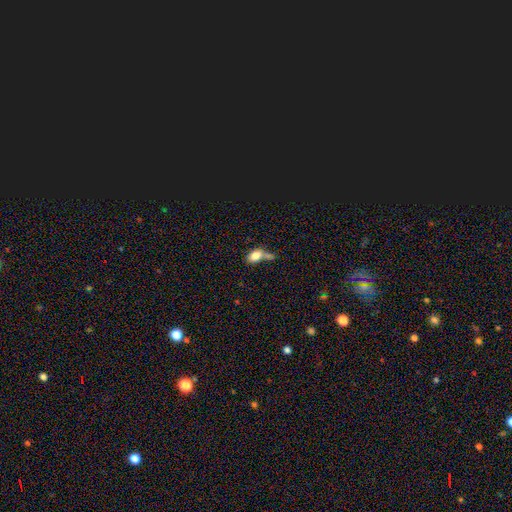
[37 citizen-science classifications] smooth 95%, featured or disk 3%, star or artifact 3%. Down the decision tree: how rounded — in between (91%); merging — merger (42%).